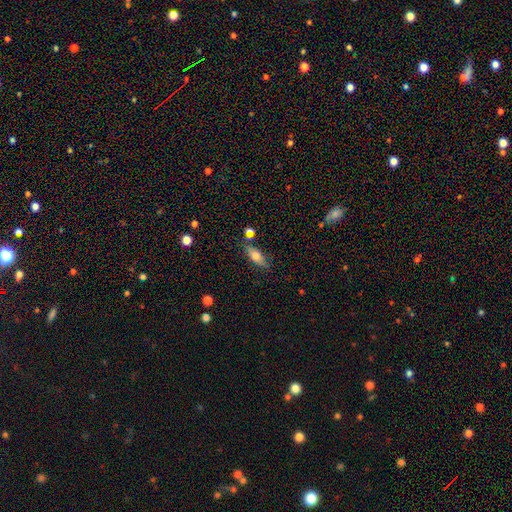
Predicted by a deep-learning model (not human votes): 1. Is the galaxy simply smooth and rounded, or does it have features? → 63% smooth, 28% featured or disk, 8% star or artifact.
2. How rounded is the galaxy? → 65% in between, 31% cigar-shaped, 4% round.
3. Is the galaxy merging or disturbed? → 69% none, 17% minor disturbance, 9% merger, 4% major disturbance.